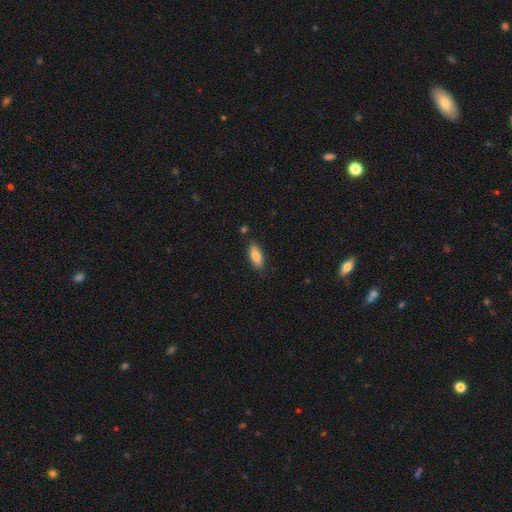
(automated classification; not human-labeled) Q: Smooth or featured?
A: smooth (82%); runner-up: featured or disk (11%)
Q: How rounded?
A: in between (77%); runner-up: cigar-shaped (21%)
Q: Merging?
A: none (85%); runner-up: minor disturbance (11%)